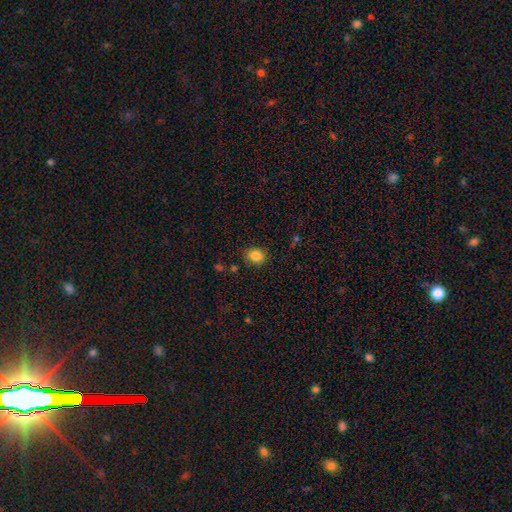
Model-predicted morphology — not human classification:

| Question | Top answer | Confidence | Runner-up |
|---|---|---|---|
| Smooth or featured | smooth | 84% | star or artifact (10%) |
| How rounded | round | 70% | in between (29%) |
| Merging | none | 83% | minor disturbance (12%) |